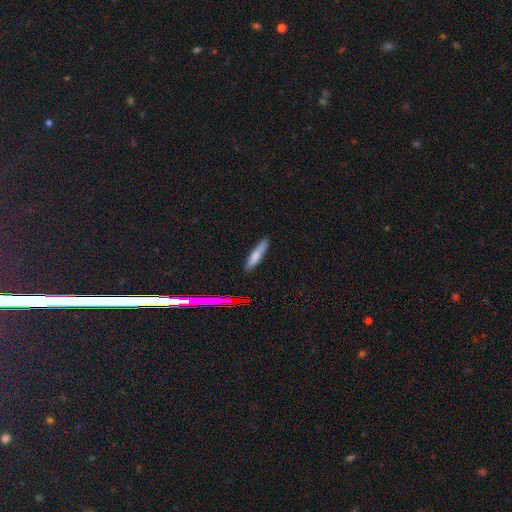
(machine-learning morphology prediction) smooth_or_featured: smooth (p=0.72) [alt: featured or disk p=0.18]
how_rounded: cigar-shaped (p=0.83) [alt: in between p=0.15]
merging: none (p=0.85) [alt: minor disturbance p=0.12]